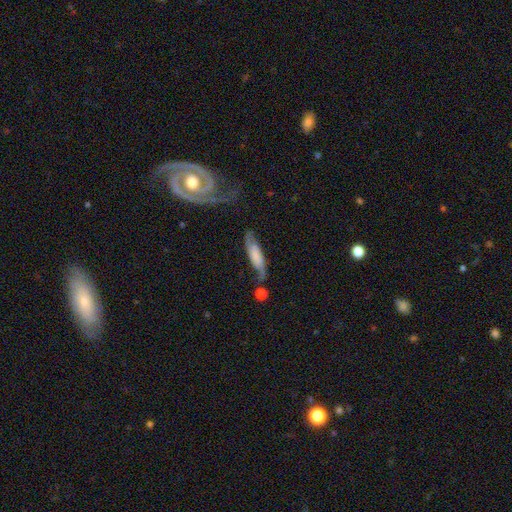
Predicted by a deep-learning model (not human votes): This is possibly a featured or disk galaxy (51%). It is likely not viewed edge-on (71%). Merging: possibly none (57%).